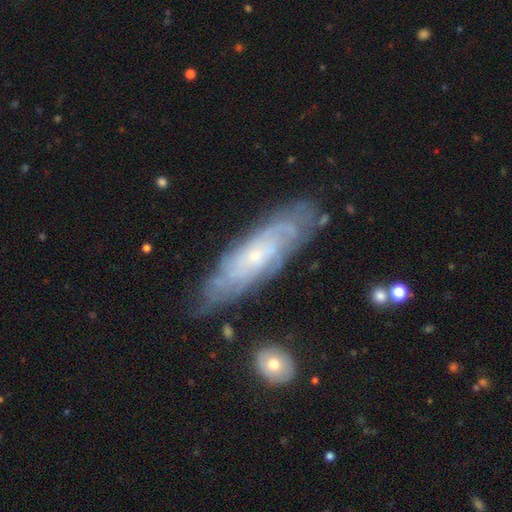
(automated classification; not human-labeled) This is likely a featured or disk galaxy (77%). It is clearly not viewed edge-on (80%). Bar: likely no (75%). Spiral arm pattern: clearly yes (90%). Spiral arm count: likely can't tell (61%). Spiral winding: likely tight (72%). Central bulge: likely small (79%). Merging: likely none (73%).